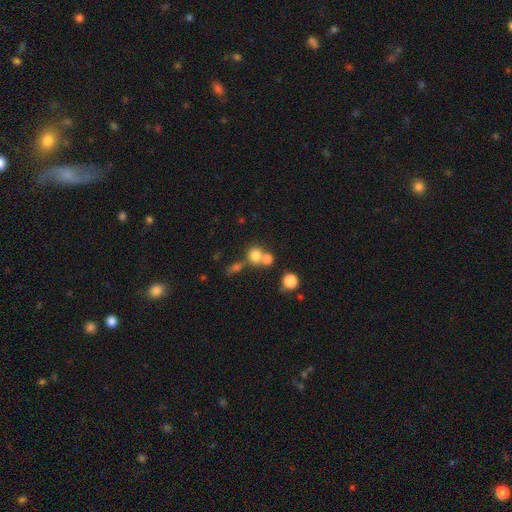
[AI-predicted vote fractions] smooth 75%, star or artifact 15%, featured or disk 11%. Down the decision tree: how rounded — round (80%); merging — merger (45%).